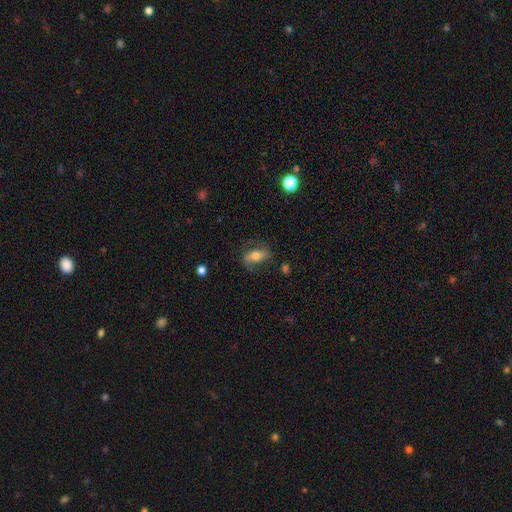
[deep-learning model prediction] Overall: smooth (47%; featured or disk 44%). Merging: none (66%).